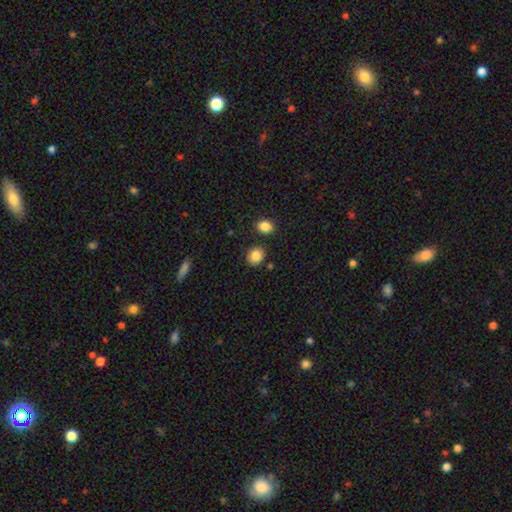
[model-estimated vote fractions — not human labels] A smooth galaxy with no disk features (86%) that is round (70%).

Vote fractions:
- Smooth or featured? smooth: 86% / star or artifact: 9% / featured or disk: 5%
- How rounded? round: 70% / in between: 29% / cigar-shaped: 1%
- Merging? none: 84% / minor disturbance: 8% / merger: 6% / major disturbance: 2%